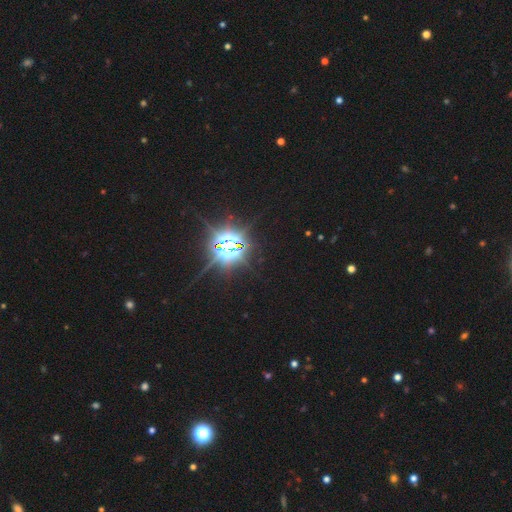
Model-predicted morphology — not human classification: smooth-or-featured: star or artifact: 85% | smooth: 10% | featured or disk: 5%